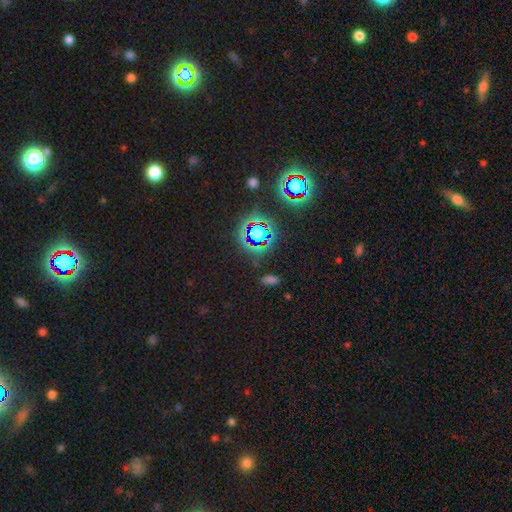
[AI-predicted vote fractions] Smooth or featured? star or artifact (76%)